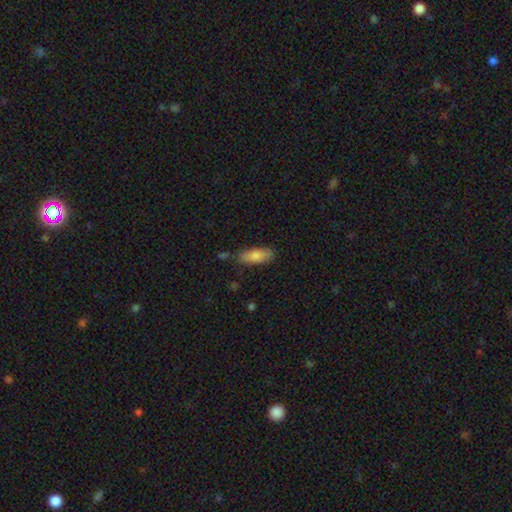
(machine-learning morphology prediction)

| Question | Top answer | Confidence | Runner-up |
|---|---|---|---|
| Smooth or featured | smooth | 82% | featured or disk (12%) |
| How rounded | in between | 68% | cigar-shaped (30%) |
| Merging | none | 76% | minor disturbance (17%) |